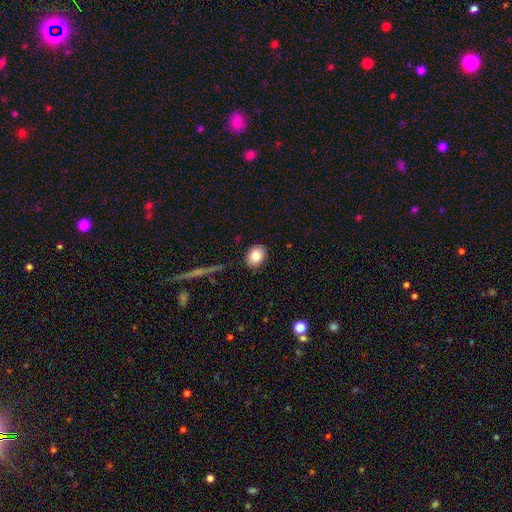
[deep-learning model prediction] Overall: smooth (83%). How rounded: in between (59%; round 40%). Merging: none (86%).